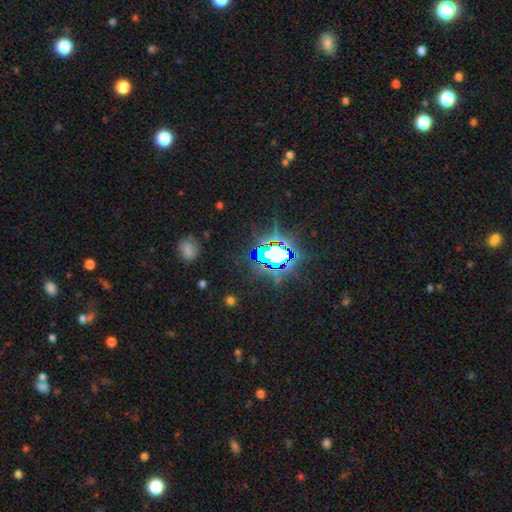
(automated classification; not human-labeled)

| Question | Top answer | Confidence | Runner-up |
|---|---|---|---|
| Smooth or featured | star or artifact | 78% | smooth (13%) |